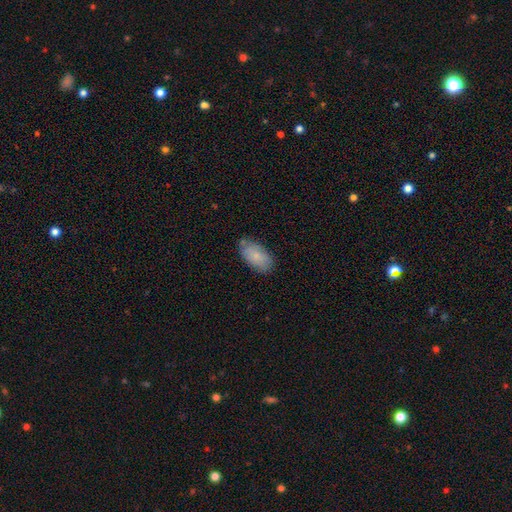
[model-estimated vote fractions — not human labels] Overall: smooth (80%). How rounded: in between (94%). Merging: none (77%).